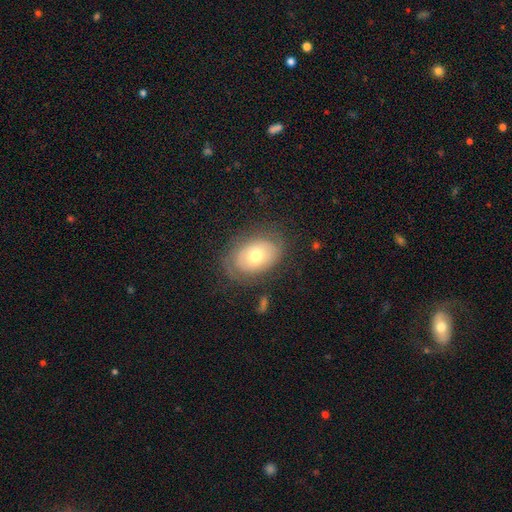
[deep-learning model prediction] Smooth or featured? Predicted: smooth (p=0.55). How rounded? Predicted: in between (p=0.76). Merging? Predicted: none (p=0.74).